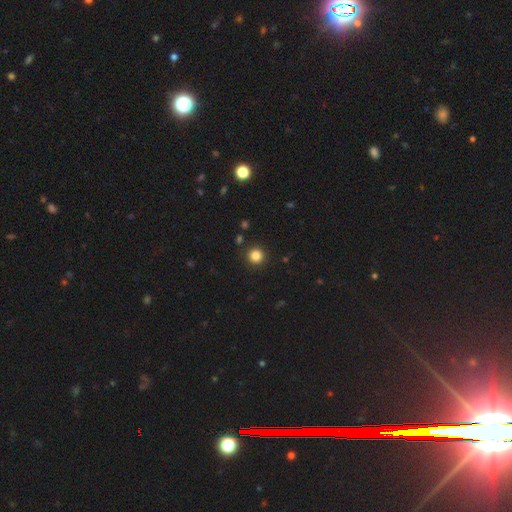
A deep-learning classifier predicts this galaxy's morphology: smooth 84%, star or artifact 12%, featured or disk 4%. Down the decision tree: how rounded — round (95%); merging — none (91%).